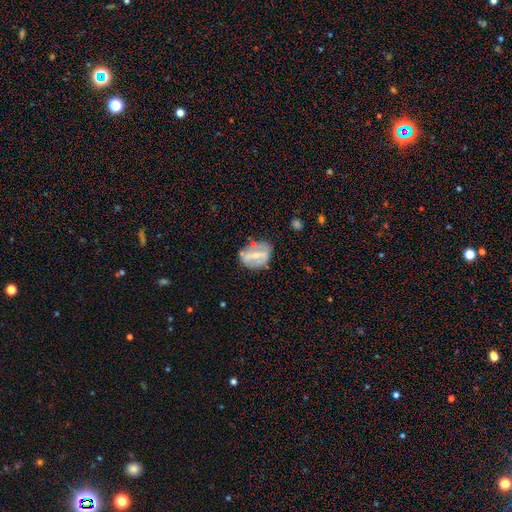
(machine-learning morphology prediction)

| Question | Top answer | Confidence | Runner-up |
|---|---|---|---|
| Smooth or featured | featured or disk | 58% | smooth (34%) |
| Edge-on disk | no | 94% | yes (6%) |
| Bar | strong | 53% | weak (28%) |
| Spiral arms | no | 68% | yes (32%) |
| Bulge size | small | 49% | moderate (29%) |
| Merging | none | 58% | minor disturbance (25%) |